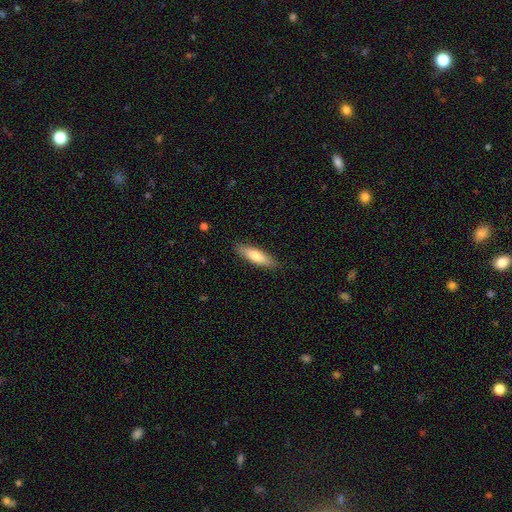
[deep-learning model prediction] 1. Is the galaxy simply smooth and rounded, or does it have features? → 73% smooth, 22% featured or disk, 5% star or artifact.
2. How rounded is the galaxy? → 65% cigar-shaped, 33% in between, 1% round.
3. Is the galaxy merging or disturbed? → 86% none, 11% minor disturbance, 2% major disturbance, 1% merger.